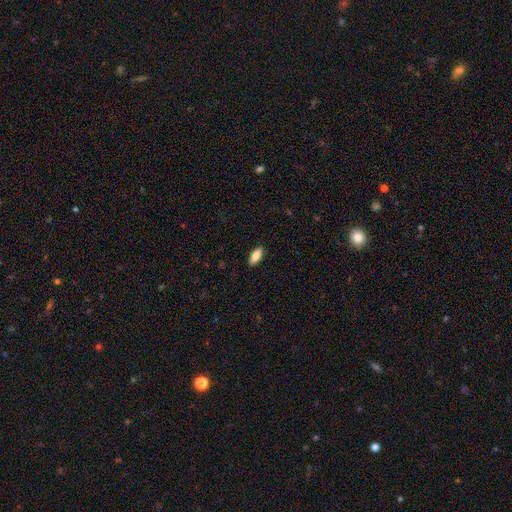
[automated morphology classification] smooth 78%, featured or disk 15%, star or artifact 7%. Down the decision tree: how rounded — in between (83%); merging — none (88%).